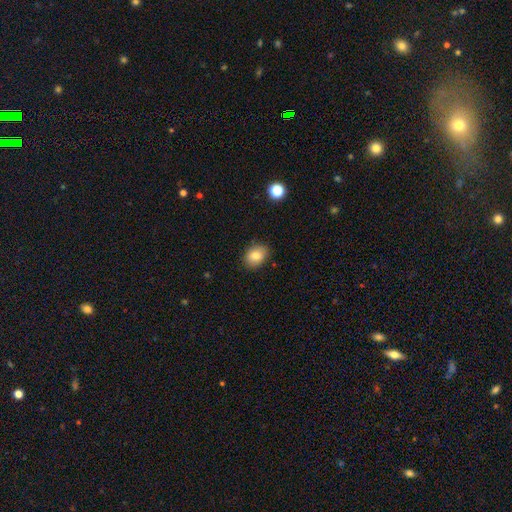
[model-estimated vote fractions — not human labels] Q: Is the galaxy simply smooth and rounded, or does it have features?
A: smooth — 82%.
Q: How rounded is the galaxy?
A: in between — 65%.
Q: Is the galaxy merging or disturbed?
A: none — 85%.